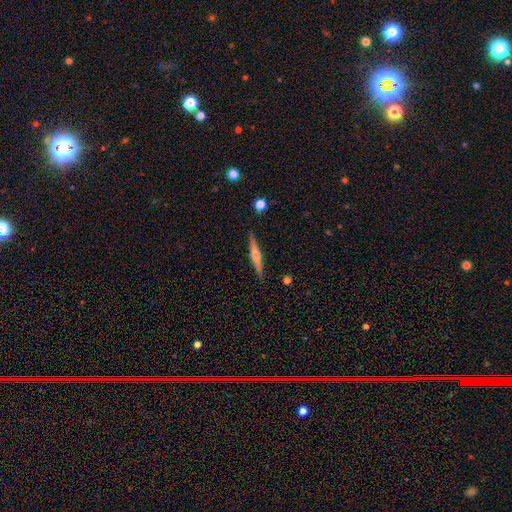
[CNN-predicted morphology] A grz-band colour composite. It shows a featured or disk galaxy (50%). Merging: none (89%).